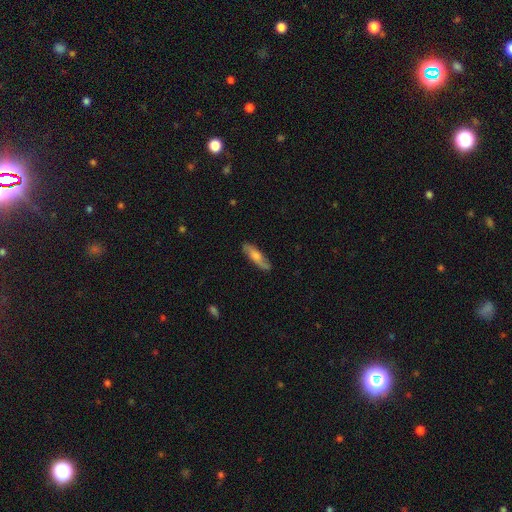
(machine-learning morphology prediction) The model was most divided on "smooth or featured": featured or disk: 48%, smooth: 46%, star or artifact: 6%. More confident: merging — none (83%).